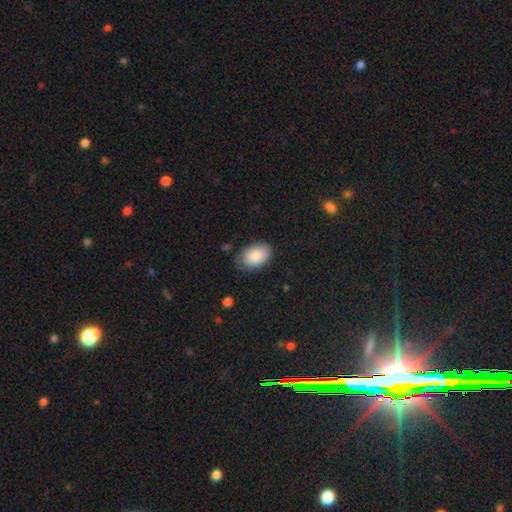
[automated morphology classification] Smooth or featured? Predicted: smooth (p=0.87). How rounded? Predicted: in between (p=0.87). Merging? Predicted: none (p=0.74).